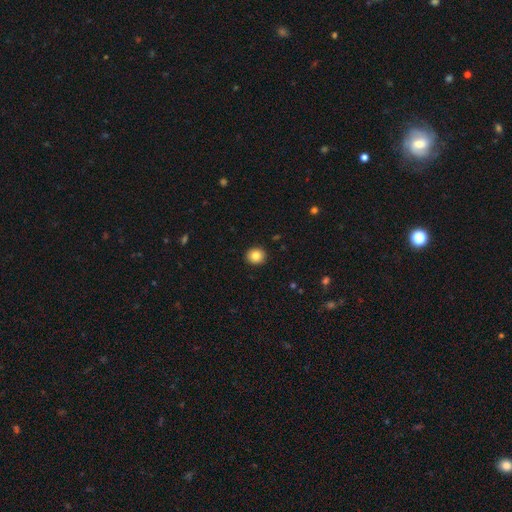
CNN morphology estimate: This appears to be a smooth galaxy with no disk features (83%) that is round (87%). Merging: none (92%).